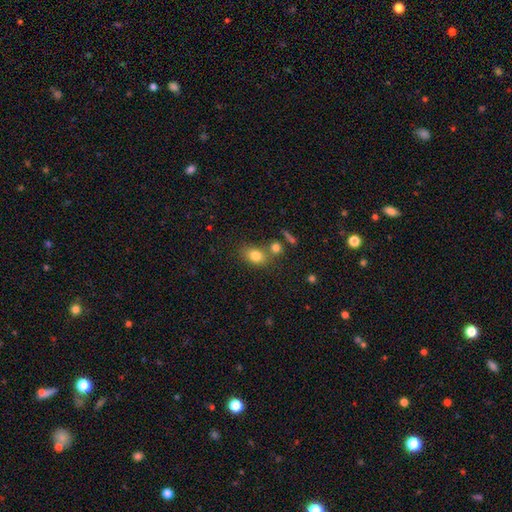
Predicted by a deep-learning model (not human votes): smooth-or-featured: smooth: 80% | star or artifact: 11% | featured or disk: 9%
  how-rounded: in between: 69% | round: 29% | cigar-shaped: 2%
  merging: none: 58% | merger: 24% | minor disturbance: 13% | major disturbance: 5%